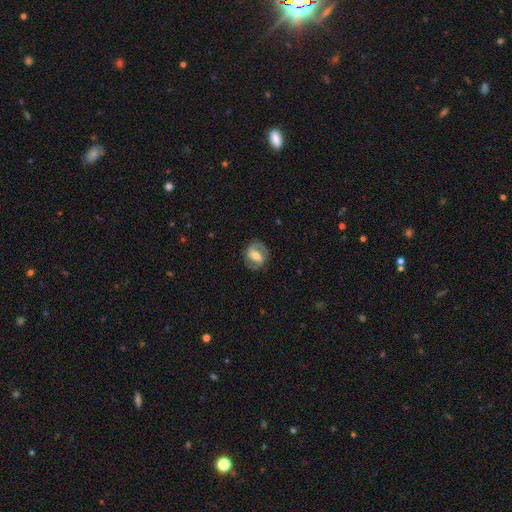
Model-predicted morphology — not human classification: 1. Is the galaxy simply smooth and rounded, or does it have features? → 72% featured or disk, 22% smooth, 6% star or artifact.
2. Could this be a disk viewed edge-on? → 97% no, 3% yes.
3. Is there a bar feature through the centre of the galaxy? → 41% strong, 39% weak, 20% no.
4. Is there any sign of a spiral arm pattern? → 83% yes, 17% no.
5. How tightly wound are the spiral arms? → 48% medium, 35% tight, 17% loose.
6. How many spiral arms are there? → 87% 2, 6% can't tell, 3% 1, 1% 3, 1% 4, 1% more than 4.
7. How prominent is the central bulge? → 64% moderate, 24% small, 9% large, 2% none, 1% dominant.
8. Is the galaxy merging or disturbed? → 81% none, 12% minor disturbance, 5% major disturbance, 1% merger.